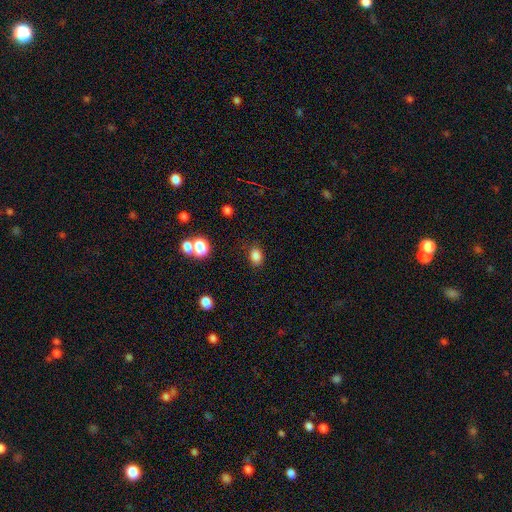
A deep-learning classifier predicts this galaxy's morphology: Q: Smooth or featured?
A: smooth (83%); runner-up: star or artifact (13%)
Q: How rounded?
A: in between (67%); runner-up: round (32%)
Q: Merging?
A: none (82%); runner-up: minor disturbance (12%)